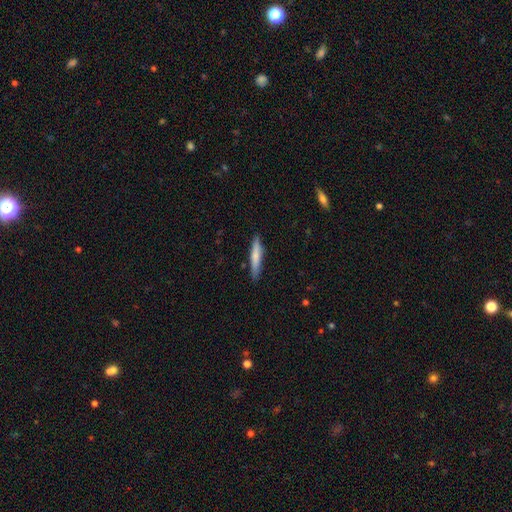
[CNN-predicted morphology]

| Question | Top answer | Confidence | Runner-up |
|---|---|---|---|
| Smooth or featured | smooth | 70% | featured or disk (25%) |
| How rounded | cigar-shaped | 93% | in between (6%) |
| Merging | none | 88% | minor disturbance (9%) |